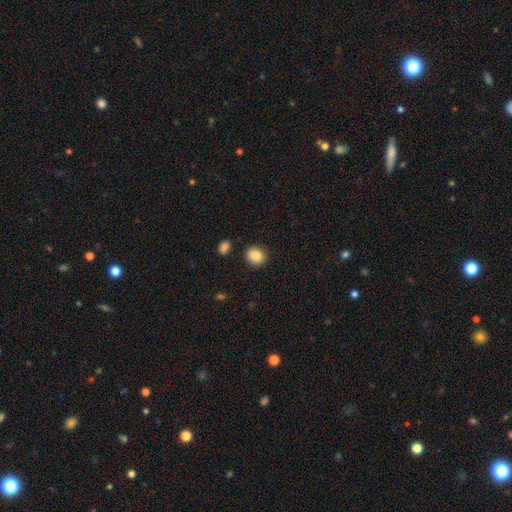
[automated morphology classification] A smooth galaxy with no disk features (87%) that is round (65%). Merging: none (84%).